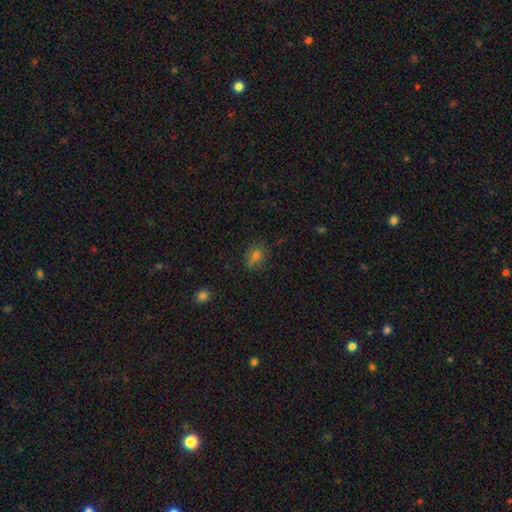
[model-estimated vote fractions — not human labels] This is likely a smooth galaxy (72%). How rounded: likely in between (64%). Merging: likely none (77%).